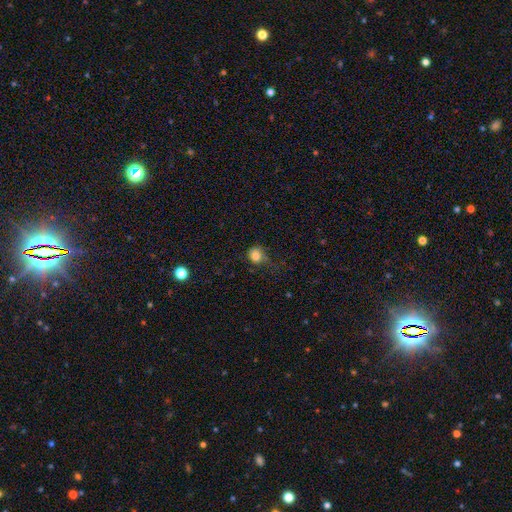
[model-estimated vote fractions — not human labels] Morphology: type=smooth (81%); roundness=round (76%); merging=none (50%).